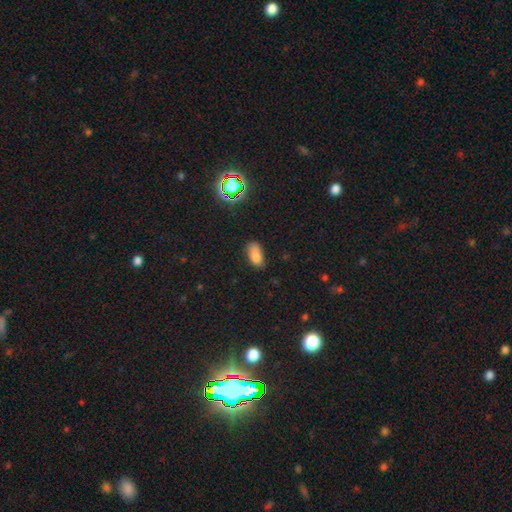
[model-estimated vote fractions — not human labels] A smooth galaxy with no disk features (79%) that is in between round and cigar-shaped (90%).

Vote fractions:
- Smooth or featured? smooth: 79% / star or artifact: 14% / featured or disk: 7%
- How rounded? in between: 90% / cigar-shaped: 6% / round: 5%
- Merging? none: 65% / minor disturbance: 25% / major disturbance: 6% / merger: 3%